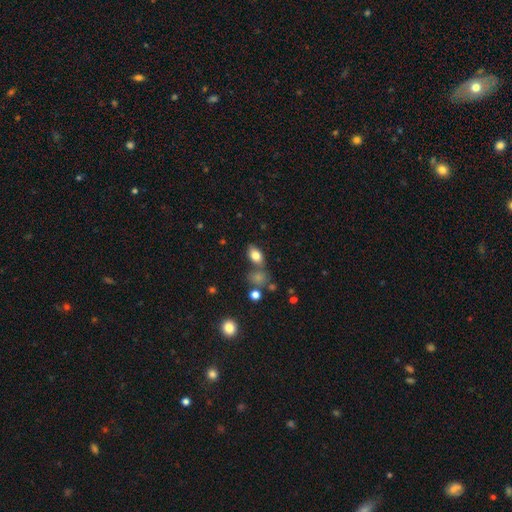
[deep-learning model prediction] This is likely a smooth galaxy (78%). How rounded: clearly in between (84%). Merging: likely none (61%).